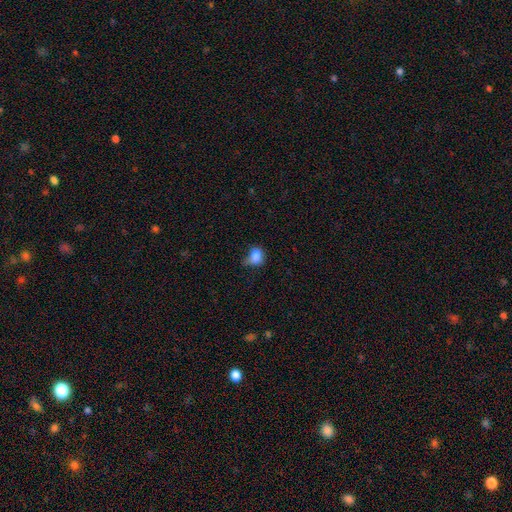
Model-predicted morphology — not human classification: Smooth or featured: smooth — 82% (star or artifact — 11%)
How rounded: in between — 57% (round — 41%)
Merging: minor disturbance — 39% (none — 37%)